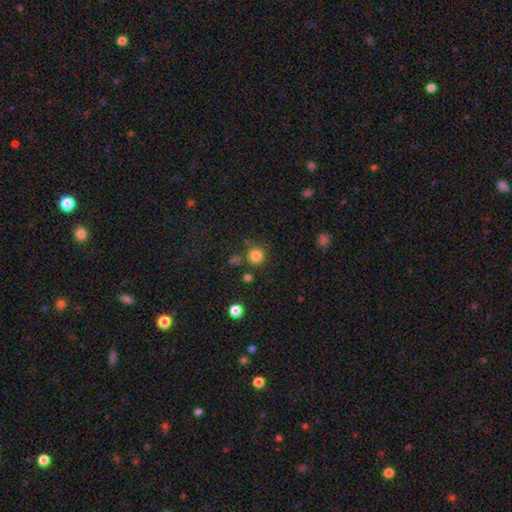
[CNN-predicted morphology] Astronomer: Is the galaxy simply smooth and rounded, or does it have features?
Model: smooth — 83%.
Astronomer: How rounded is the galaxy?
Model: round — 93%.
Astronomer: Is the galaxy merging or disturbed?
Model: none — 81%.